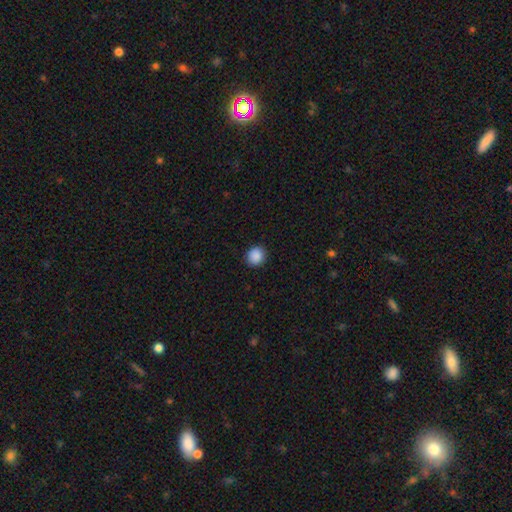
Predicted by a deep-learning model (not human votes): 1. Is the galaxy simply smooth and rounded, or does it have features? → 89% smooth, 9% star or artifact, 3% featured or disk.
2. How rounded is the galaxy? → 87% round, 12% in between, 1% cigar-shaped.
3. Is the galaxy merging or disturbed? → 90% none, 7% minor disturbance, 2% major disturbance, 1% merger.